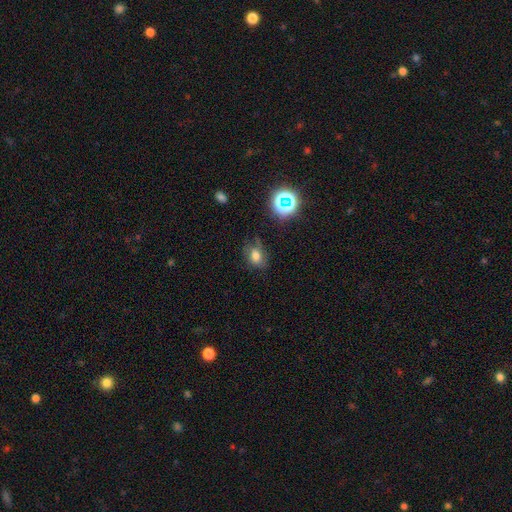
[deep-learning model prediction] A smooth galaxy with no disk features (64%) that is in between round and cigar-shaped (68%).

Vote fractions:
- Smooth or featured? smooth: 64% / star or artifact: 20% / featured or disk: 16%
- How rounded? in between: 68% / round: 30% / cigar-shaped: 2%
- Merging? none: 59% / minor disturbance: 26% / major disturbance: 12% / merger: 2%